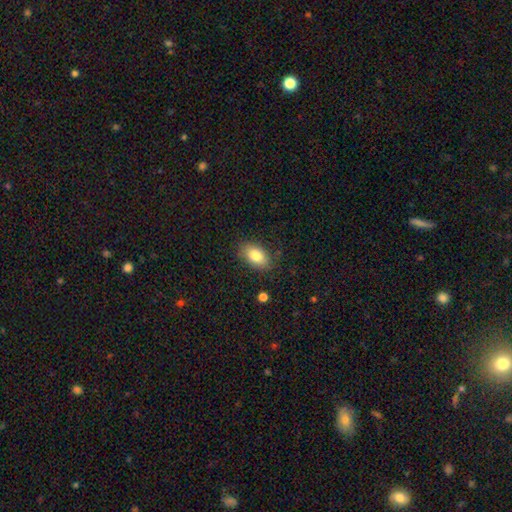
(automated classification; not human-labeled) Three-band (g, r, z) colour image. It shows a smooth galaxy with no disk features (82%) that is in between round and cigar-shaped (90%). Merging: none (83%).